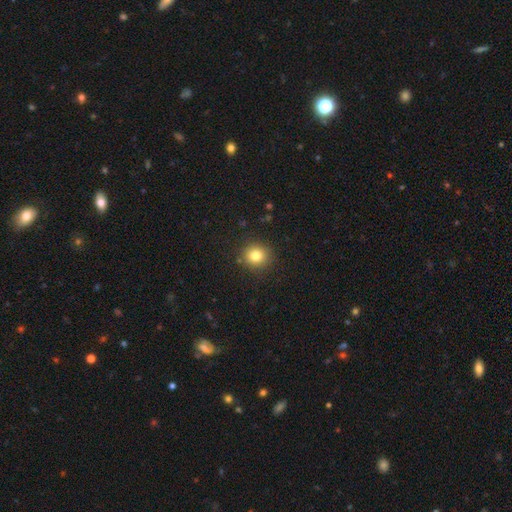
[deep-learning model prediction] Overall: smooth (80%). How rounded: round (89%). Merging: none (89%).